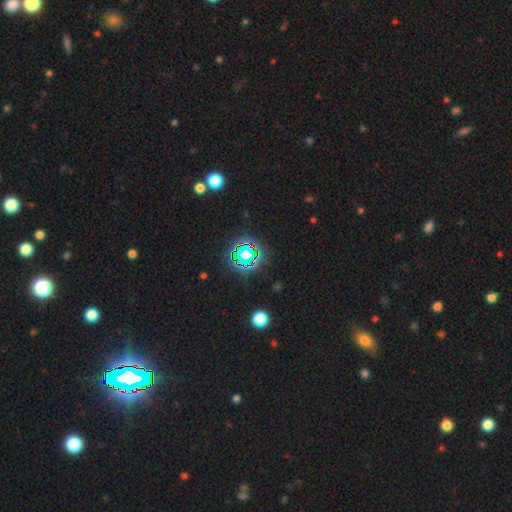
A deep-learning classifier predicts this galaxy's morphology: Smooth or featured?
  - star or artifact: 78% *
  - smooth: 14%
  - featured or disk: 8%